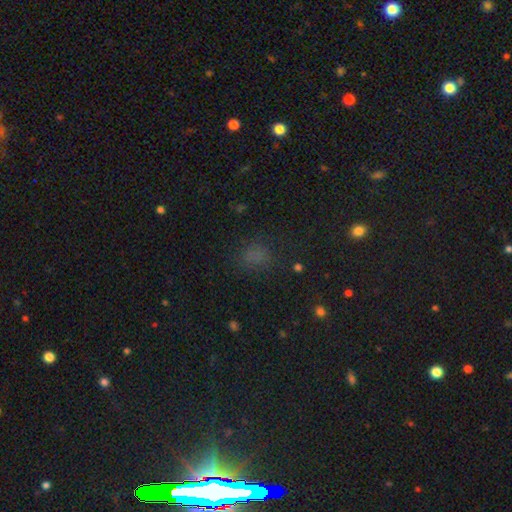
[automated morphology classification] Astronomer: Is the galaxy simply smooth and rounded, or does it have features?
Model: smooth — 66%.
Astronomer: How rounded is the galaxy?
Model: in between — 50% (runner-up: round, 48%).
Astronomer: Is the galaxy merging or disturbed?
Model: none — 74%.